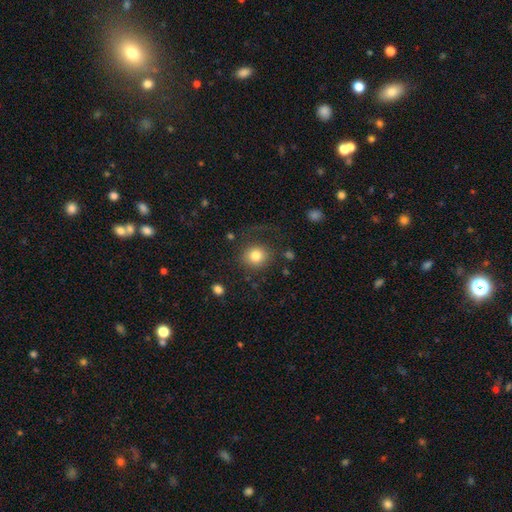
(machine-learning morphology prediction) The model was most divided on "merging": none: 74%, minor disturbance: 12%, major disturbance: 11%, merger: 2%. More confident: how rounded — round (85%); smooth or featured — smooth (80%).